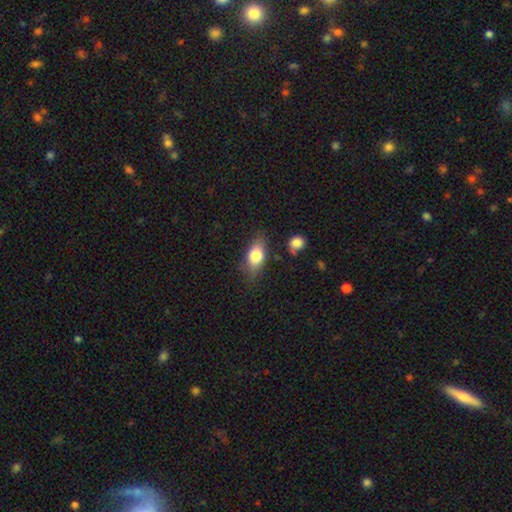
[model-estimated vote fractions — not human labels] smooth_or_featured: smooth (p=0.75) [alt: featured or disk p=0.17]
how_rounded: in between (p=0.81) [alt: round p=0.11]
merging: none (p=0.71) [alt: minor disturbance p=0.20]